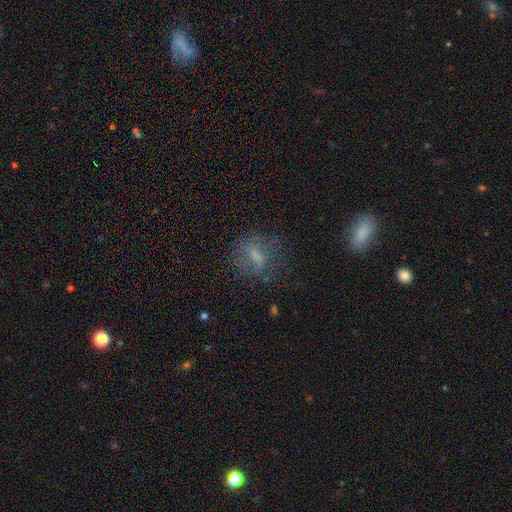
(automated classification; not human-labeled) Overall: smooth (54%; featured or disk 31%). How rounded: in between (53%; round 35%). Merging: none (59%; minor disturbance 20%).